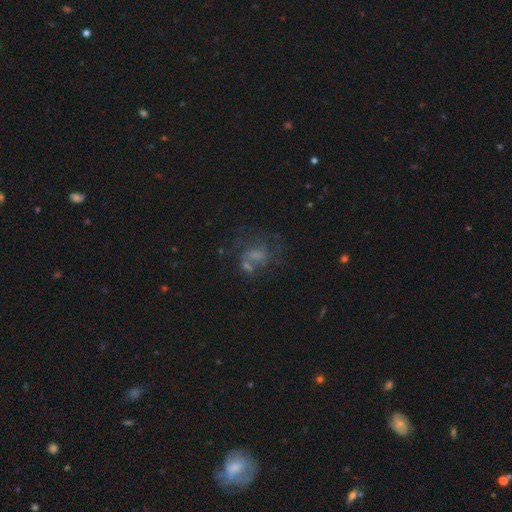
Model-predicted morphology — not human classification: Overall: featured or disk (49%; smooth 31%). Merging: none (34%; major disturbance 28%).